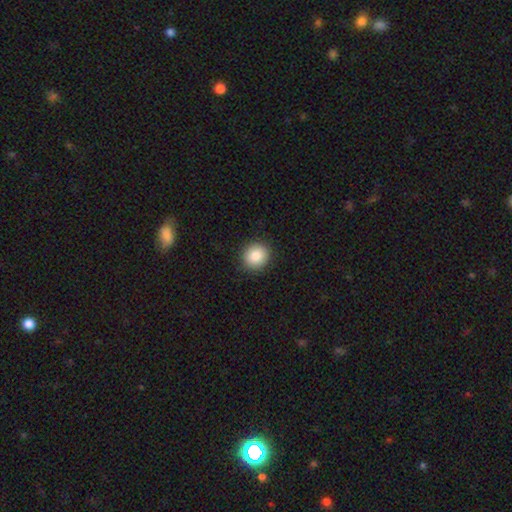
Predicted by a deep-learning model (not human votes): A smooth galaxy with no disk features (86%) that is round (86%).

Vote fractions:
- Smooth or featured? smooth: 86% / star or artifact: 9% / featured or disk: 5%
- How rounded? round: 86% / in between: 14% / cigar-shaped: 1%
- Merging? none: 91% / minor disturbance: 6% / major disturbance: 2% / merger: 1%